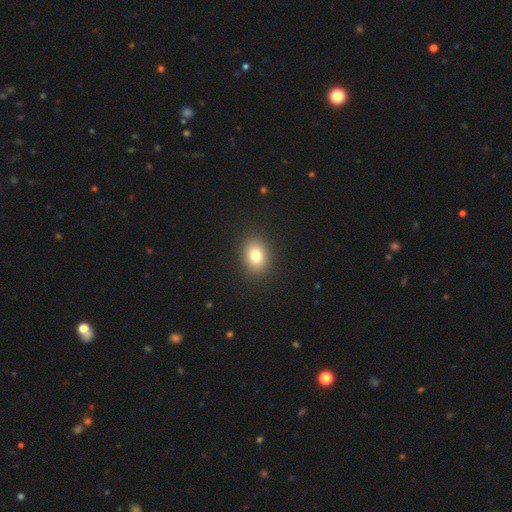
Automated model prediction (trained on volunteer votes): This appears to be a smooth galaxy with no disk features (79%) that is in between round and cigar-shaped (56%). Merging: none (90%).